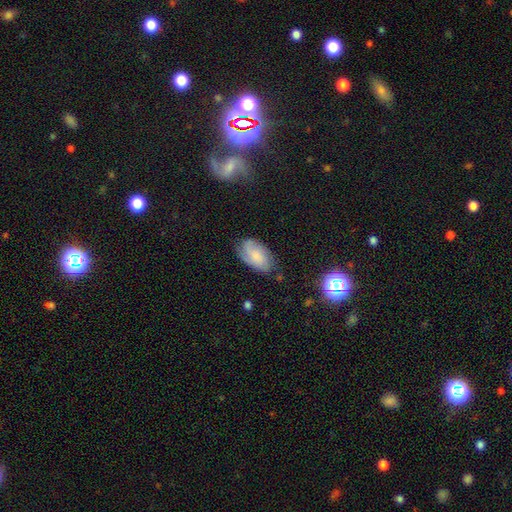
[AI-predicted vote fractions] This appears to be a featured or disk galaxy (49%). Merging: none (69%).